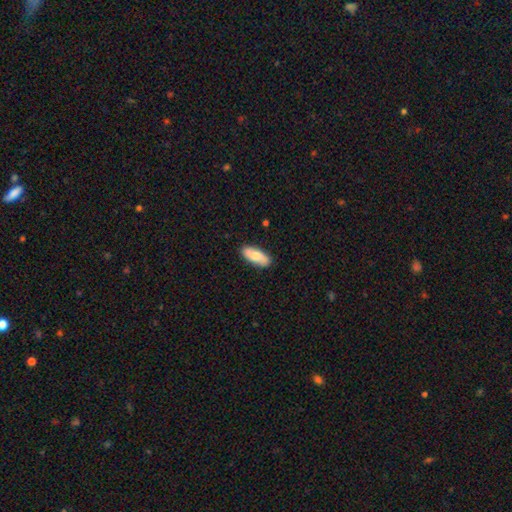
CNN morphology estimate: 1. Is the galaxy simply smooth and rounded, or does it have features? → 71% smooth, 23% featured or disk, 5% star or artifact.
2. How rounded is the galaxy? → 80% in between, 17% cigar-shaped, 2% round.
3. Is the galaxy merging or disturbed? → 87% none, 10% minor disturbance, 2% major disturbance, 1% merger.